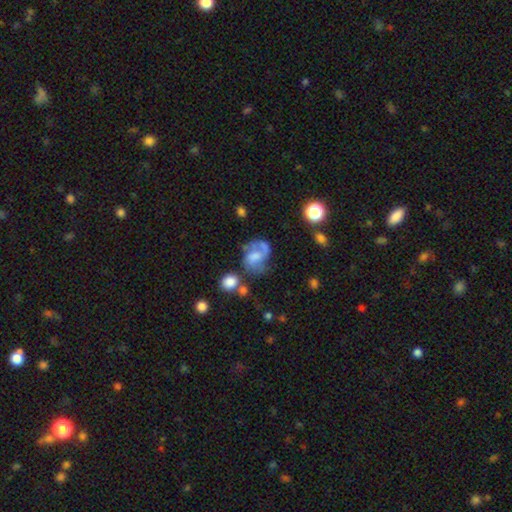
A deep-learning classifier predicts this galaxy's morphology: A featured or disk galaxy (58%) with no bar (52%), spiral arms (75%) and a moderate central bulge (30%, tied with none). Merging: none (37%).